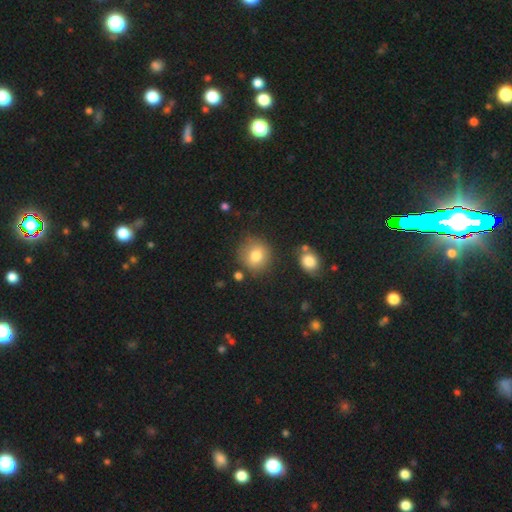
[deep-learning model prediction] Smooth or featured? Predicted: smooth (p=0.81). How rounded? Predicted: round (p=0.85). Merging? Predicted: none (p=0.77).